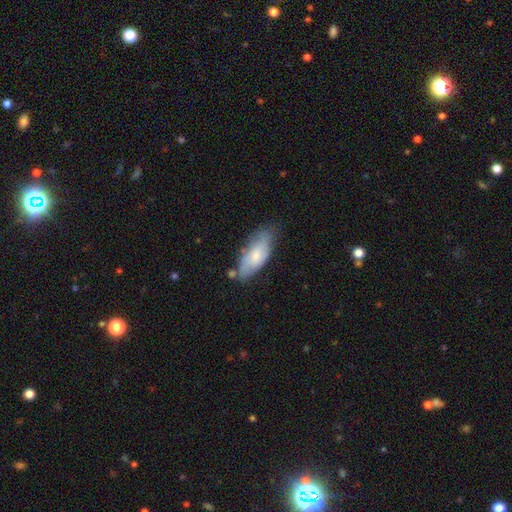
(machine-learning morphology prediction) A smooth galaxy with no disk features (62%) that is in between round and cigar-shaped (80%). Merging: none (59%).